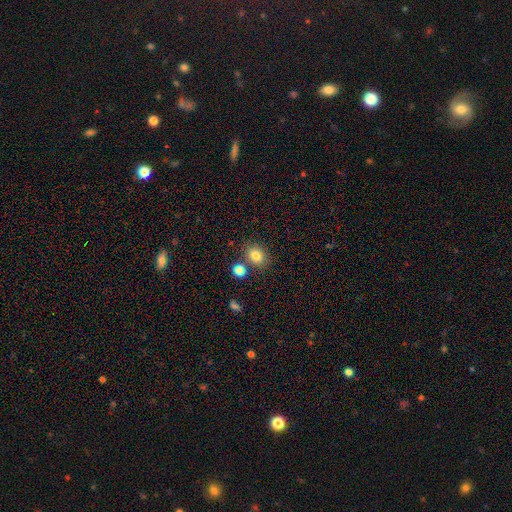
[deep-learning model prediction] smooth_or_featured: smooth (p=0.81) [alt: star or artifact p=0.12]
how_rounded: round (p=0.61) [alt: in between p=0.39]
merging: none (p=0.74) [alt: merger p=0.12]